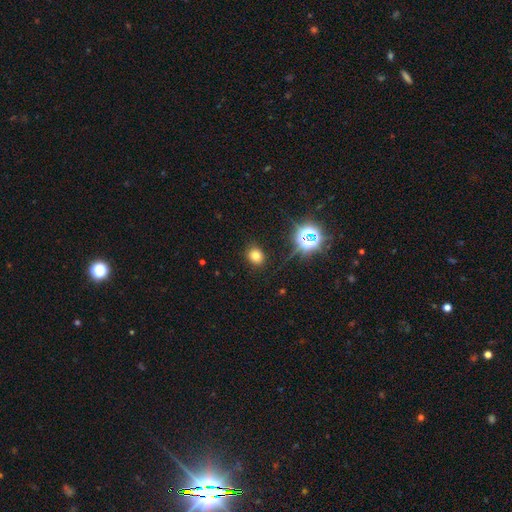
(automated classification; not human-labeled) Smooth or featured: smooth — 71% (star or artifact — 22%)
How rounded: round — 58% (in between — 41%)
Merging: none — 86% (minor disturbance — 9%)